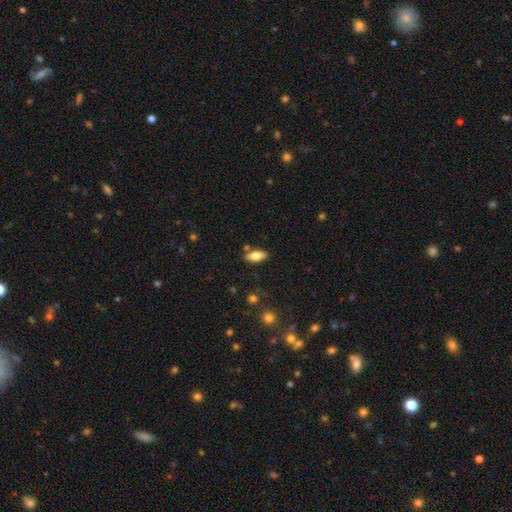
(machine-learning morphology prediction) smooth 75%, featured or disk 18%, star or artifact 7%. Down the decision tree: how rounded — in between (85%); merging — none (80%).